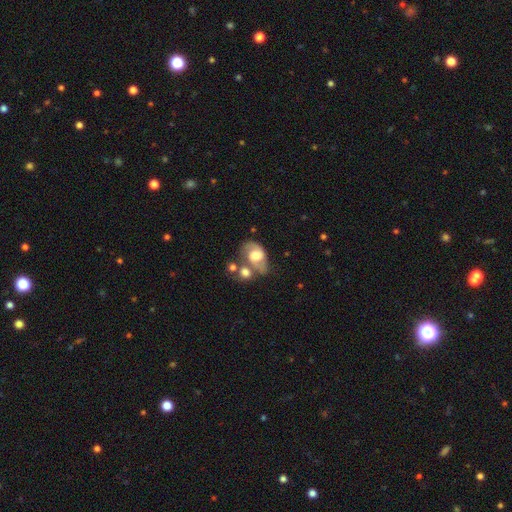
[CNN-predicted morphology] This is likely a featured or disk galaxy (63%). It is clearly not viewed edge-on (96%). Bar: possibly no (58%). Spiral arm pattern: likely yes (80%). Central bulge: possibly moderate (58%). Merging: marginally none (36%).